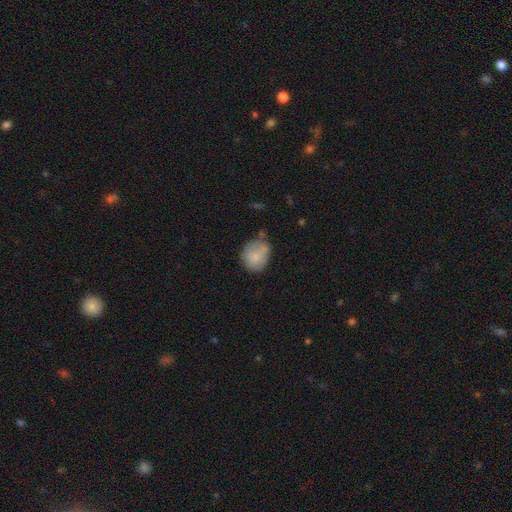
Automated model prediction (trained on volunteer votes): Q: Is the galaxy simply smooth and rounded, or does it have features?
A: smooth — 80%.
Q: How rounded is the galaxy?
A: round — 74%.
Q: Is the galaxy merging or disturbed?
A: none — 56%.